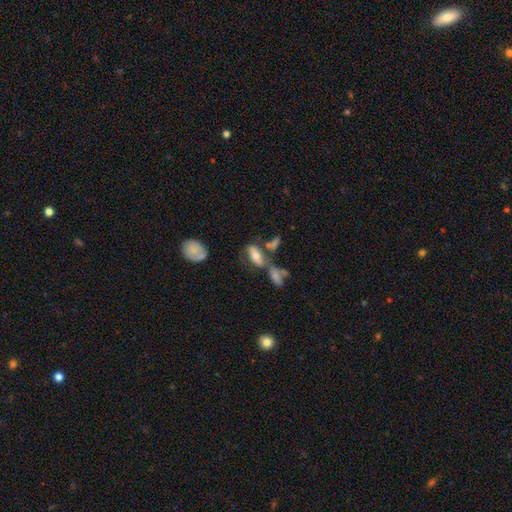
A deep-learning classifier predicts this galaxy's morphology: Overall: smooth (55%; featured or disk 35%). How rounded: in between (79%). Merging: none (40%; merger 31%).